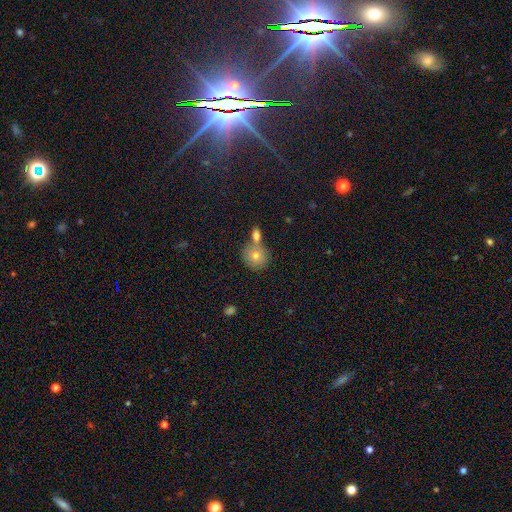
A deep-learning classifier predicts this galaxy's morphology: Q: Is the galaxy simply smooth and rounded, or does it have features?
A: smooth — 75%.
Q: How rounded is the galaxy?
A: round — 86%.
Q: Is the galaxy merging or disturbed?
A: none — 55%.